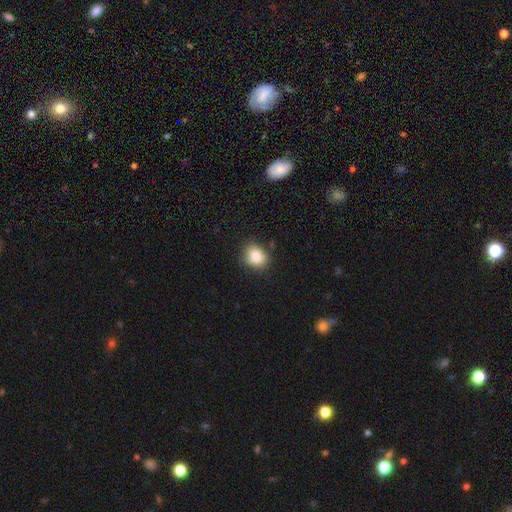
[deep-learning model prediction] Smooth or featured: smooth — 84% (star or artifact — 10%)
How rounded: round — 55% (in between — 44%)
Merging: none — 80% (minor disturbance — 15%)